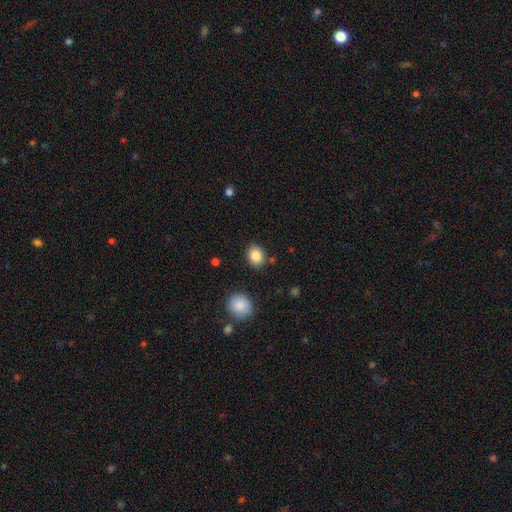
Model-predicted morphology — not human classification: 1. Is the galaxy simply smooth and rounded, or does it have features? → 86% smooth, 9% star or artifact, 6% featured or disk.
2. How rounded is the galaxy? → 51% round, 48% in between, 1% cigar-shaped.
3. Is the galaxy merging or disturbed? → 84% none, 10% minor disturbance, 3% merger, 3% major disturbance.